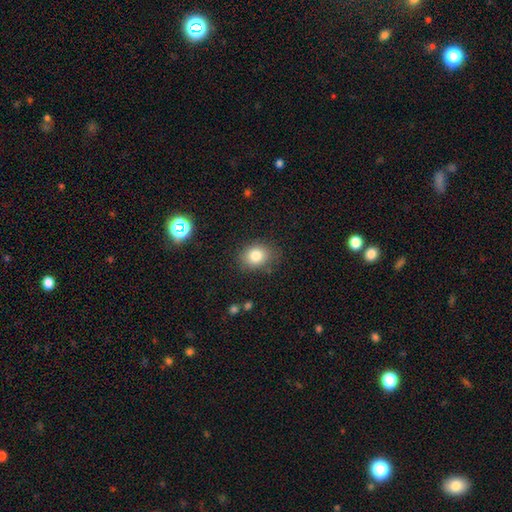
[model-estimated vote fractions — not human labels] smooth_or_featured: smooth (p=0.81) [alt: star or artifact p=0.11]
how_rounded: in between (p=0.51) [alt: round p=0.48]
merging: none (p=0.80) [alt: minor disturbance p=0.15]